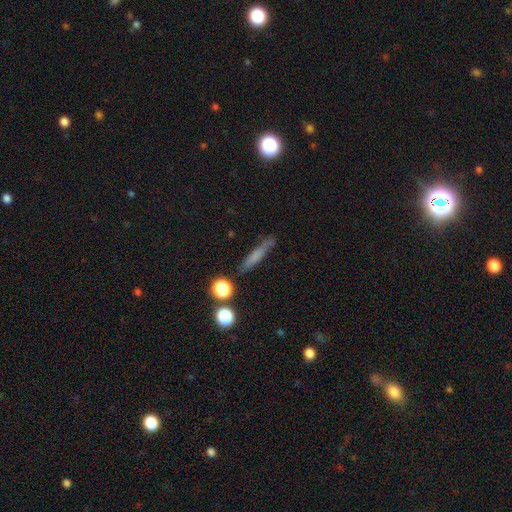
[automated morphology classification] smooth-or-featured: smooth: 63% | featured or disk: 26% | star or artifact: 11%
  how-rounded: cigar-shaped: 87% | in between: 8% | round: 5%
  merging: none: 79% | minor disturbance: 14% | major disturbance: 4% | merger: 4%